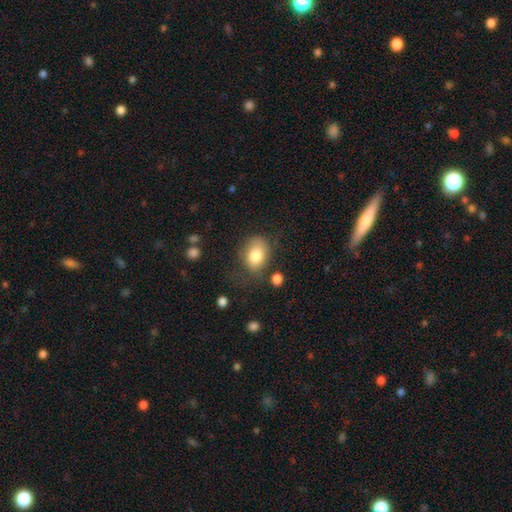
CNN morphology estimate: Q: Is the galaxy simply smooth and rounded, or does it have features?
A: smooth — 80%.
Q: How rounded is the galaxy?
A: in between — 70%.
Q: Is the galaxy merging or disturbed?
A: none — 58%.